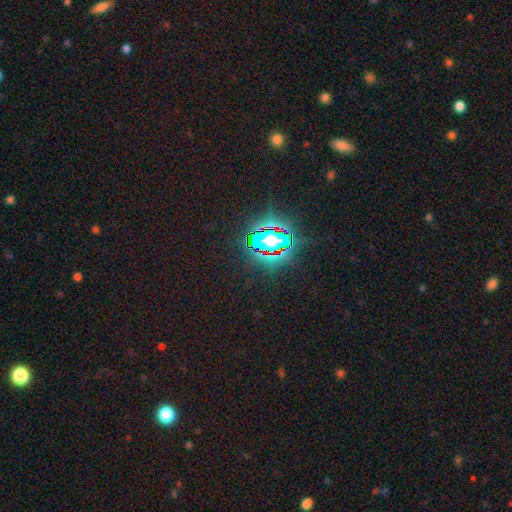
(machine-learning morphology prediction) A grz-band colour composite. It shows a star or artifact, not a galaxy (80%).